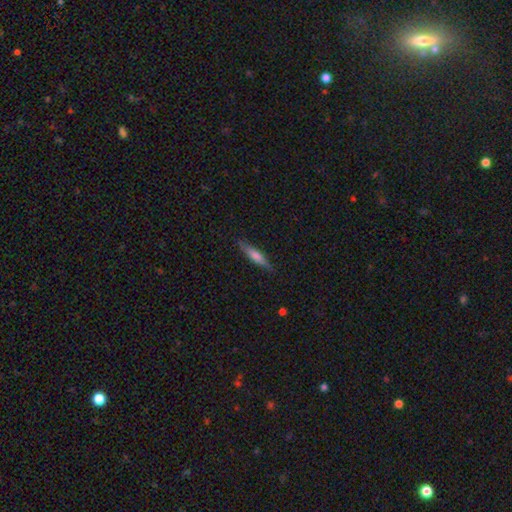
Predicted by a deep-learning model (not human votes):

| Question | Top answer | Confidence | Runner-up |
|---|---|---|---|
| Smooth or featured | smooth | 48% | featured or disk (46%) |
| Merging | none | 88% | minor disturbance (9%) |